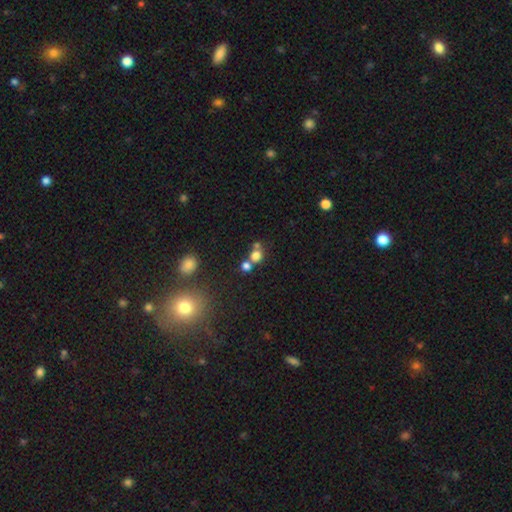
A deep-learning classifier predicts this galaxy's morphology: Smooth or featured? Predicted: smooth (p=0.74). How rounded? Predicted: round (p=0.82). Merging? Predicted: none (p=0.50).